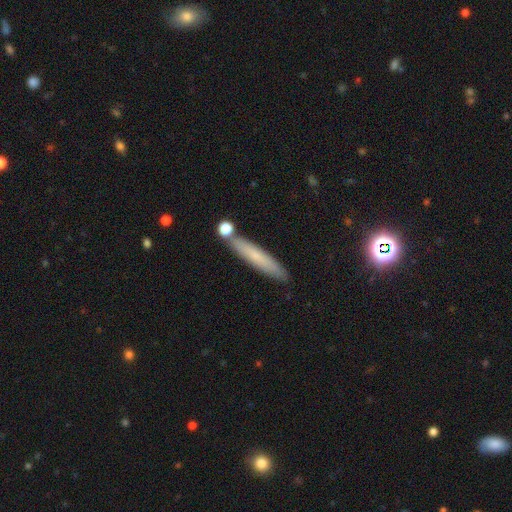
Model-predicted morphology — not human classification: smooth-or-featured: smooth: 64% | featured or disk: 27% | star or artifact: 8%
  how-rounded: cigar-shaped: 91% | in between: 7% | round: 1%
  merging: none: 81% | minor disturbance: 11% | merger: 6% | major disturbance: 2%